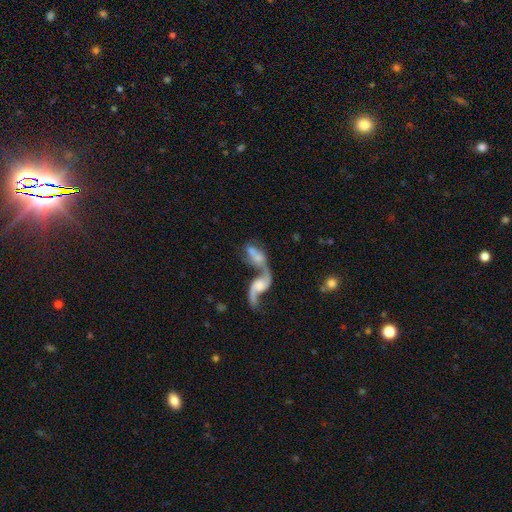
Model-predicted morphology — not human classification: This appears to be a featured or disk galaxy (63%) with no bar (59%), spiral arms (75%) and a small central bulge (30%). Merging: merger (73%).